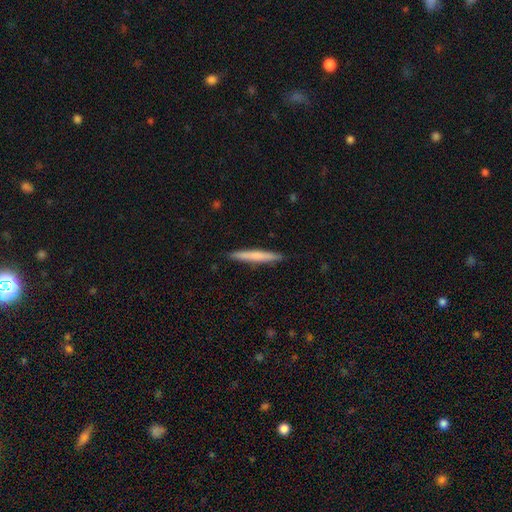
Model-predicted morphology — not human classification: smooth-or-featured: smooth: 66% | featured or disk: 28% | star or artifact: 5%
  how-rounded: cigar-shaped: 96% | in between: 3% | round: 1%
  merging: none: 91% | minor disturbance: 7% | major disturbance: 1% | merger: 1%